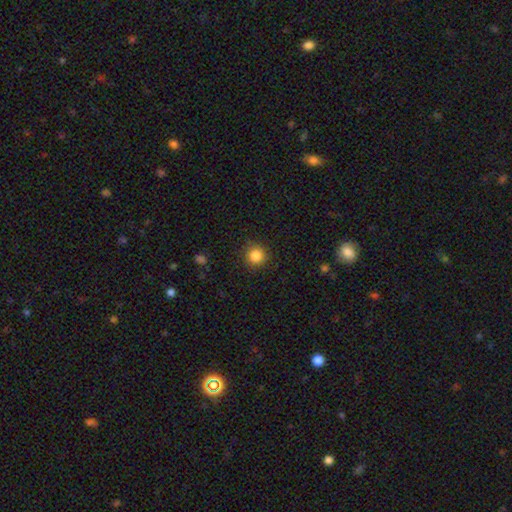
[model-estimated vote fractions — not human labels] A smooth galaxy with no disk features (84%) that is round (94%).

Vote fractions:
- Smooth or featured? smooth: 84% / star or artifact: 11% / featured or disk: 5%
- How rounded? round: 94% / in between: 5% / cigar-shaped: 1%
- Merging? none: 89% / minor disturbance: 8% / major disturbance: 2% / merger: 1%